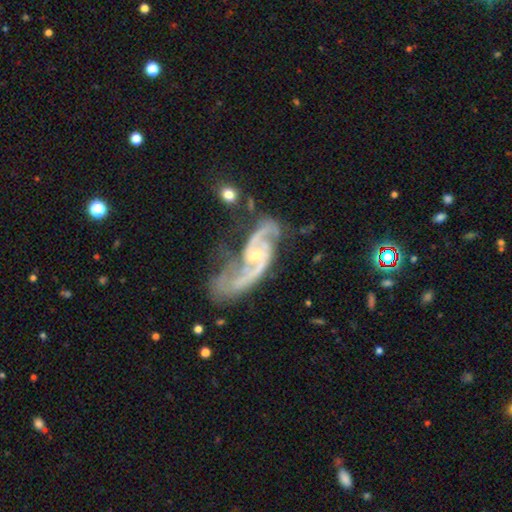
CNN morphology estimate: smooth_or_featured: featured or disk (p=0.91) [alt: star or artifact p=0.05]
disk_edge_on: no (p=0.96) [alt: yes p=0.04]
bar: no (p=0.54) [alt: weak p=0.33]
has_spiral_arms: yes (p=0.98) [alt: no p=0.02]
spiral_winding: medium (p=0.52) [alt: loose p=0.25]
spiral_arm_count: 2 (p=0.86) [alt: 3 p=0.04]
bulge_size: small (p=0.58) [alt: moderate p=0.38]
merging: none (p=0.47) [alt: minor disturbance p=0.24]